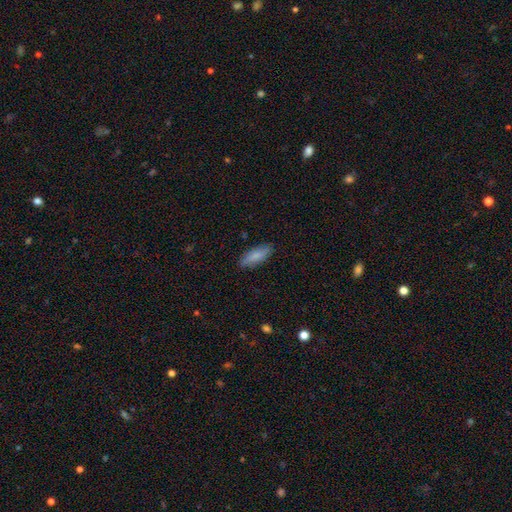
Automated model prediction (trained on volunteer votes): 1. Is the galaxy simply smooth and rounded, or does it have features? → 81% smooth, 13% featured or disk, 6% star or artifact.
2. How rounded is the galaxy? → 58% in between, 40% cigar-shaped, 2% round.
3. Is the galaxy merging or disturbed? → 84% none, 12% minor disturbance, 2% major disturbance, 1% merger.